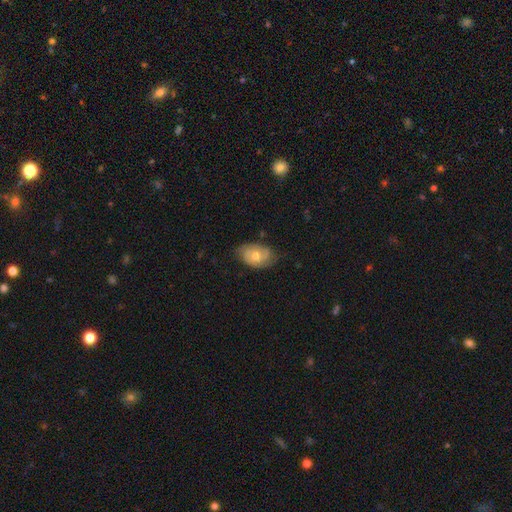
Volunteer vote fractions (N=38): Smooth or featured: featured or disk — 68% (smooth — 26%)
Edge-on disk: no — 85% (yes — 15%)
Bar: no — 73% (weak — 23%)
Spiral arms: yes — 82% (no — 18%)
Spiral winding: medium — 61% (tight — 33%)
Spiral arm count: 2 — 89% (can't tell — 11%)
Bulge size: moderate — 91% (large — 5%)
Merging: none — 83% (minor disturbance — 11%)